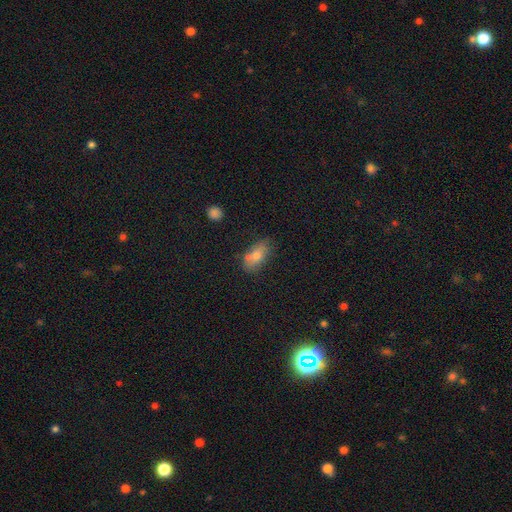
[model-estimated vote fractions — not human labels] smooth_or_featured: smooth (p=0.69) [alt: featured or disk p=0.19]
how_rounded: in between (p=0.86) [alt: round p=0.08]
merging: none (p=0.64) [alt: minor disturbance p=0.21]